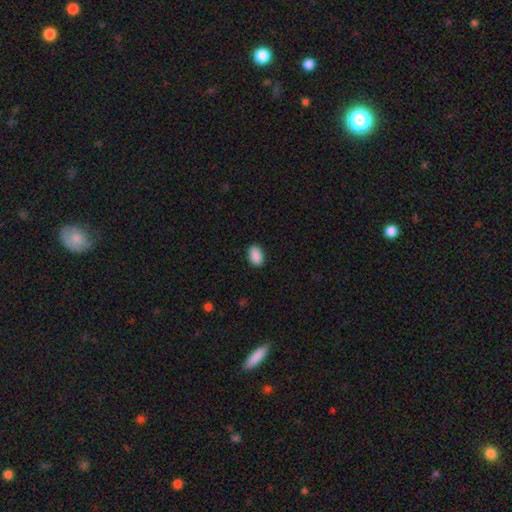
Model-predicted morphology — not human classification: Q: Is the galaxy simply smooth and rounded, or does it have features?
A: smooth — 90%.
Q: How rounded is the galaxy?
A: in between — 88%.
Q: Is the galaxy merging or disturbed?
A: none — 88%.